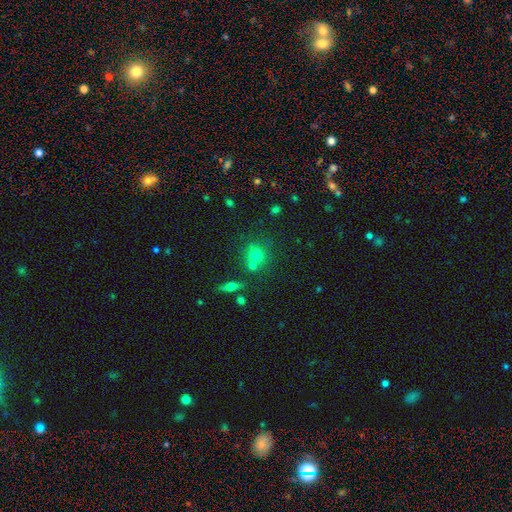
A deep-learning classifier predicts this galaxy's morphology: The model was most divided on "merging": none: 58%, merger: 27%, minor disturbance: 11%, major disturbance: 4%. More confident: how rounded — round (84%); smooth or featured — smooth (69%).